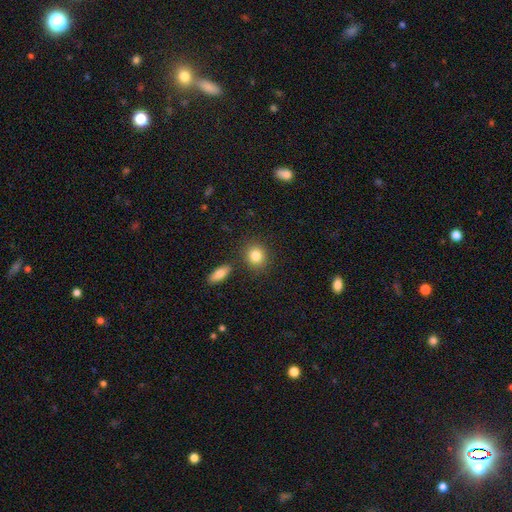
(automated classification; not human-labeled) Smooth or featured: smooth — 85% (star or artifact — 9%)
How rounded: round — 77% (in between — 22%)
Merging: none — 83% (minor disturbance — 8%)